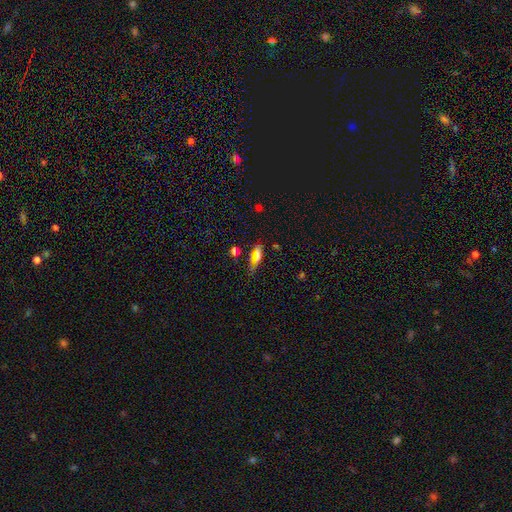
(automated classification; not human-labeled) Overall: smooth (55%; featured or disk 24%). How rounded: in between (64%; cigar-shaped 29%). Merging: none (68%).